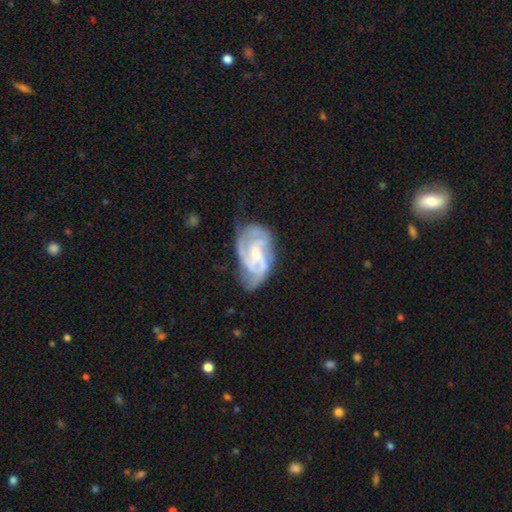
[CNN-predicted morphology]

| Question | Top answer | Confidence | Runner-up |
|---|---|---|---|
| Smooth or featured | featured or disk | 86% | smooth (9%) |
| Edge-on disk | no | 98% | yes (2%) |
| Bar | weak | 49% | no (35%) |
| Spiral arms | yes | 95% | no (5%) |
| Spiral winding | medium | 48% | tight (36%) |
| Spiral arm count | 3 | 37% | 2 (31%) |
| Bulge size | small | 54% | moderate (37%) |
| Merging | none | 55% | minor disturbance (27%) |